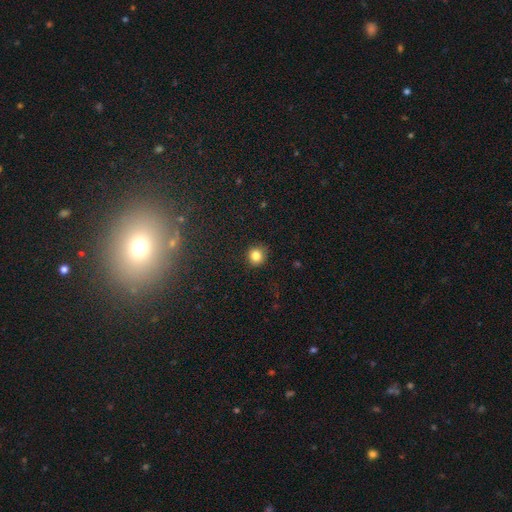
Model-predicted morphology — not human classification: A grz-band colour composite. It shows a smooth galaxy with no disk features (83%) that is round (92%). Merging: none (90%).